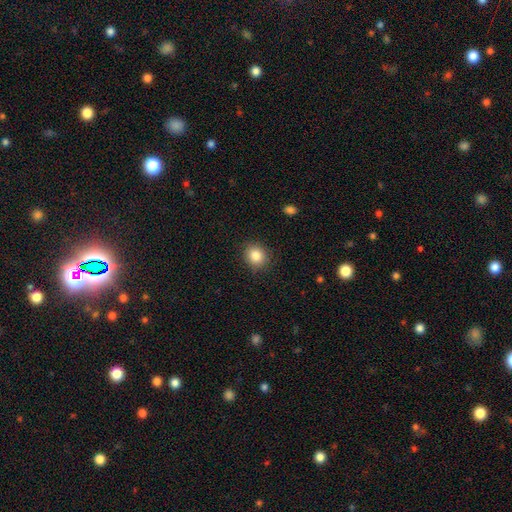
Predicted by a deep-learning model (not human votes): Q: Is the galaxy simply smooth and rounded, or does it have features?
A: smooth — 85%.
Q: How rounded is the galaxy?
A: round — 77%.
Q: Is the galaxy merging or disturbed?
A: none — 87%.